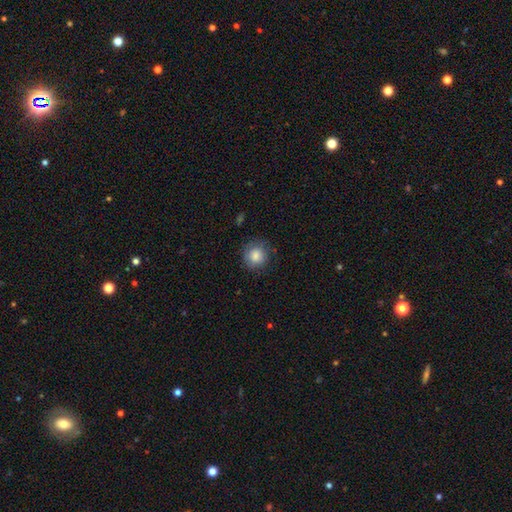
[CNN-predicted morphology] Smooth or featured? smooth (82%)
How rounded? round (86%)
Merging? none (76%)